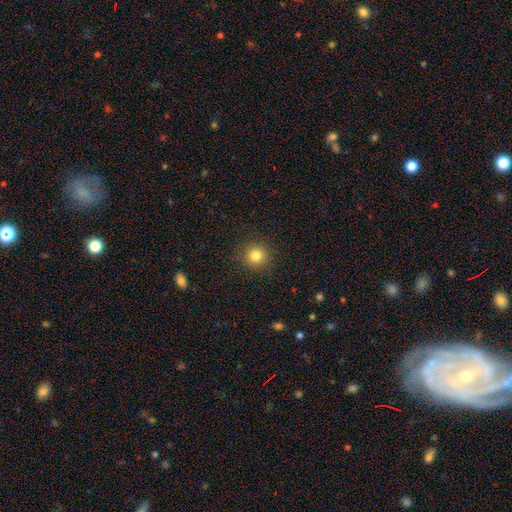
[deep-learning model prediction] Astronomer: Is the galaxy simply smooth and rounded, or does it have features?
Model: smooth — 82%.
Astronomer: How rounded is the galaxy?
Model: round — 94%.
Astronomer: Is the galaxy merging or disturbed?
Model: none — 91%.